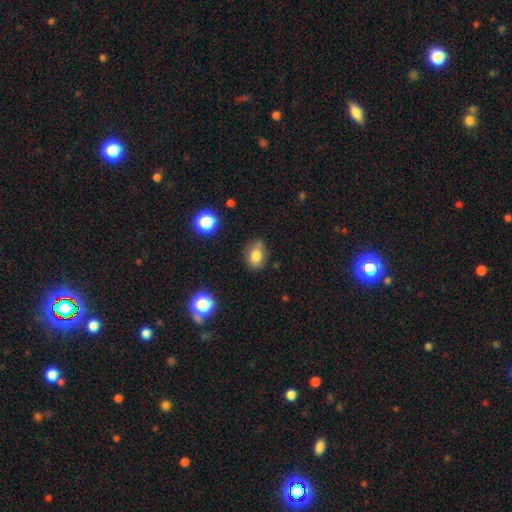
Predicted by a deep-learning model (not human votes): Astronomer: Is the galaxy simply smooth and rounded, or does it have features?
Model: smooth — 80%.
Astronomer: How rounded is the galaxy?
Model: in between — 68%.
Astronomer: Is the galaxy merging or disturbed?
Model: none — 67%.